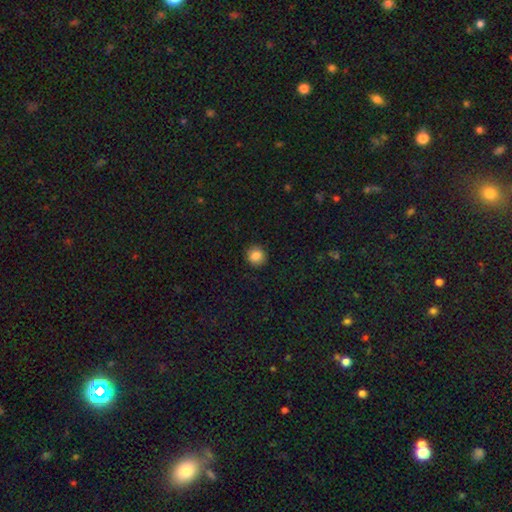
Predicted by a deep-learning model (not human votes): Morphology: type=smooth (86%); roundness=round (93%); merging=none (92%).